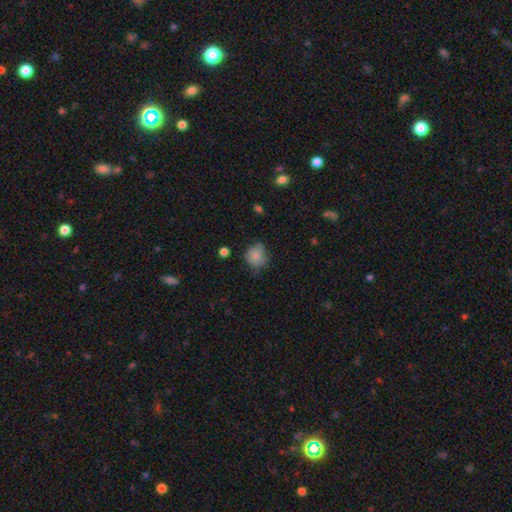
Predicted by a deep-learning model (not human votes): Smooth or featured: smooth — 83% (star or artifact — 9%)
How rounded: round — 82% (in between — 17%)
Merging: none — 65% (minor disturbance — 27%)